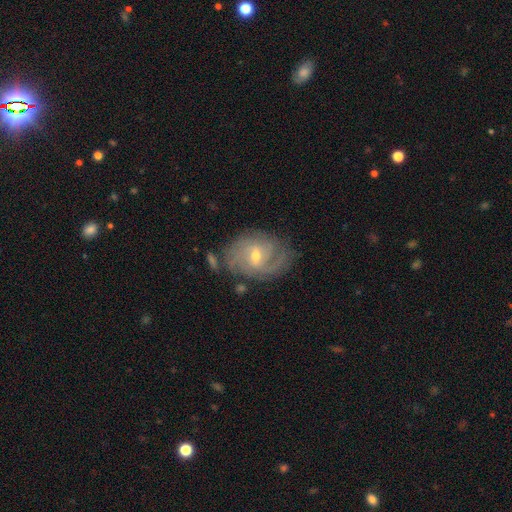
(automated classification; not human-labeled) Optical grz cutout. It shows a featured or disk galaxy (82%) with a weak bar (55%), 2 (39%) tight (48%) spiral arms (93%) and a small central bulge (52%). Merging: none (70%).